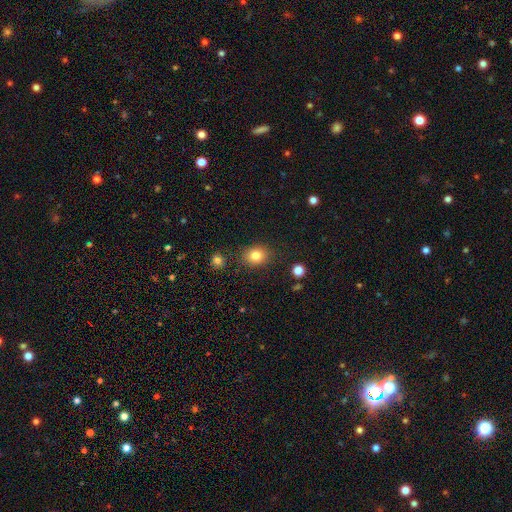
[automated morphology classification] Smooth or featured: smooth — 82% (star or artifact — 11%)
How rounded: round — 58% (in between — 41%)
Merging: none — 86% (minor disturbance — 9%)